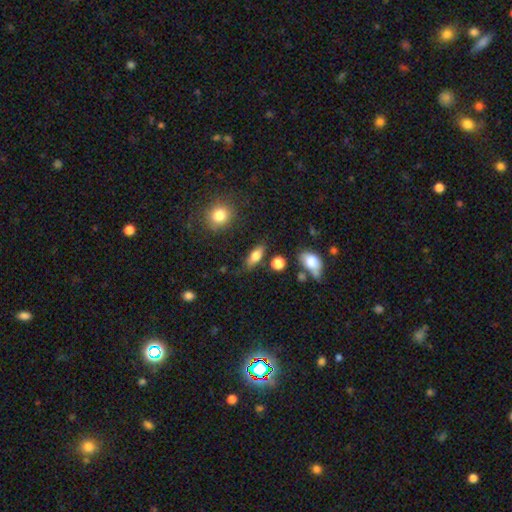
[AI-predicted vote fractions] The model was most divided on "how rounded": in between: 75%, cigar-shaped: 19%, round: 6%. More confident: smooth or featured — smooth (76%); merging — none (75%).